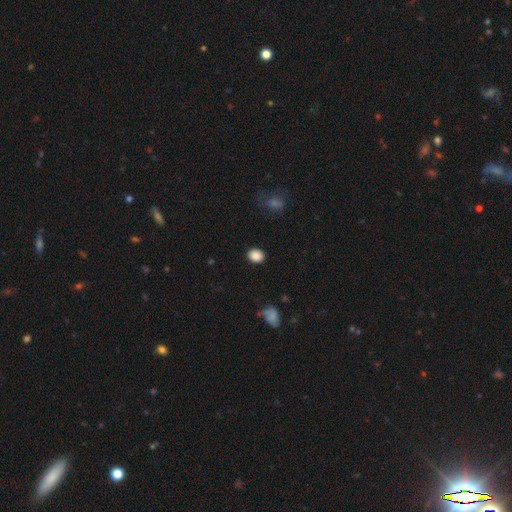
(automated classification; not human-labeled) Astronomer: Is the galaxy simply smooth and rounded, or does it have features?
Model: smooth — 88%.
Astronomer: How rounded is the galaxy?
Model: round — 53% (runner-up: in between, 46%).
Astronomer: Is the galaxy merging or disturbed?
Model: none — 89%.